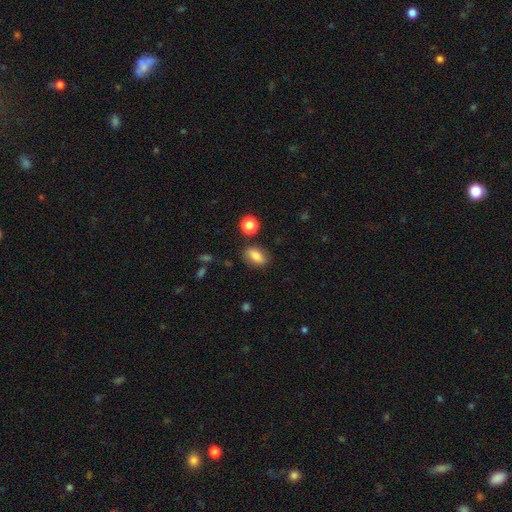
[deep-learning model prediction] Q: Smooth or featured?
A: smooth (82%); runner-up: star or artifact (9%)
Q: How rounded?
A: in between (84%); runner-up: round (11%)
Q: Merging?
A: none (81%); runner-up: minor disturbance (13%)